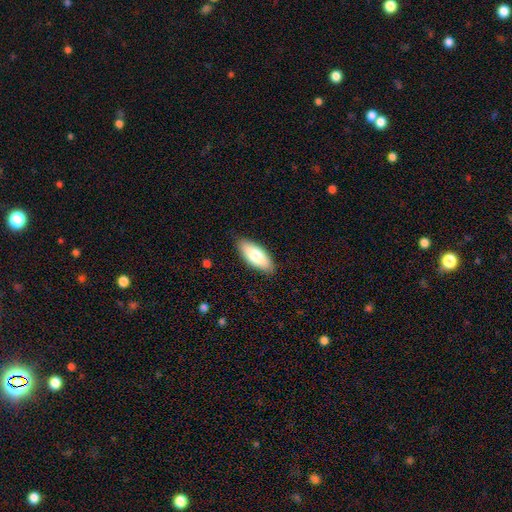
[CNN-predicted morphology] Smooth or featured? smooth (80%)
How rounded? in between (84%)
Merging? none (87%)